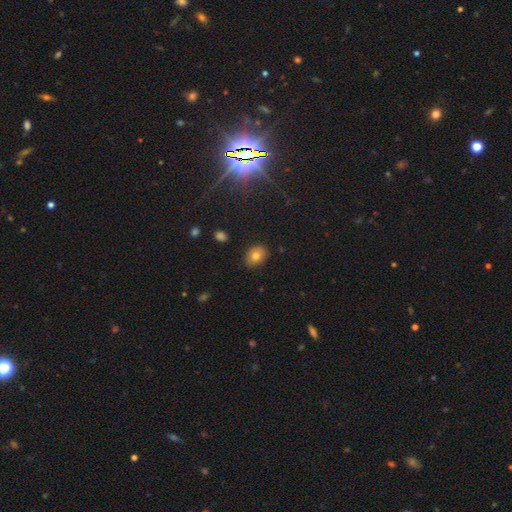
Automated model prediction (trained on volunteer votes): A smooth galaxy with no disk features (77%) that is in between round and cigar-shaped (66%).

Vote fractions:
- Smooth or featured? smooth: 77% / featured or disk: 12% / star or artifact: 11%
- How rounded? in between: 66% / round: 33% / cigar-shaped: 1%
- Merging? none: 85% / minor disturbance: 11% / major disturbance: 2% / merger: 1%